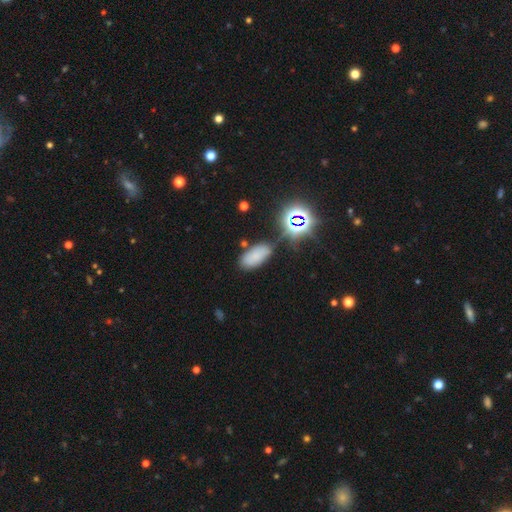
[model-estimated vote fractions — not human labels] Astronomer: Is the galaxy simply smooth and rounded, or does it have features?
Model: smooth — 65%.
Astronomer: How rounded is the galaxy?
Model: in between — 91%.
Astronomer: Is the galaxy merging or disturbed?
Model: none — 72%.